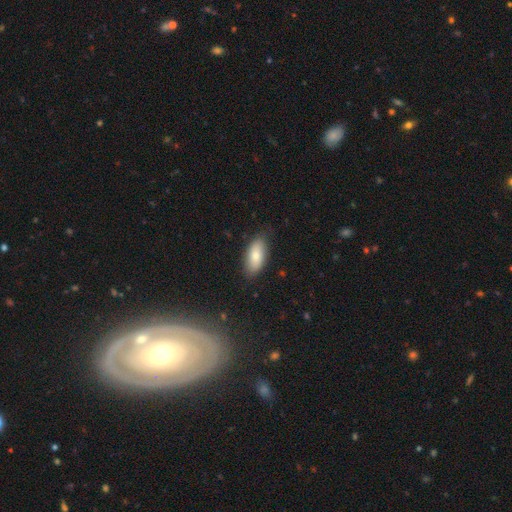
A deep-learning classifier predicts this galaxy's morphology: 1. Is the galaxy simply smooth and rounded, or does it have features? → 77% smooth, 16% featured or disk, 7% star or artifact.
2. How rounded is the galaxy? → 90% in between, 7% cigar-shaped, 3% round.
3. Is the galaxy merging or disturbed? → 81% none, 15% minor disturbance, 3% major disturbance, 1% merger.